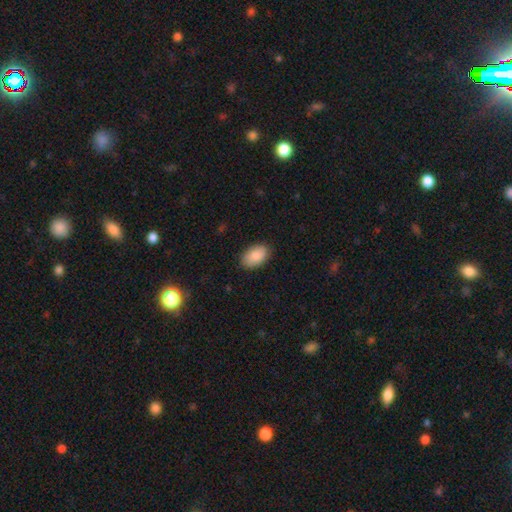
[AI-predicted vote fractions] Q: Smooth or featured?
A: smooth (88%); runner-up: star or artifact (6%)
Q: How rounded?
A: in between (92%); runner-up: round (7%)
Q: Merging?
A: none (85%); runner-up: minor disturbance (11%)